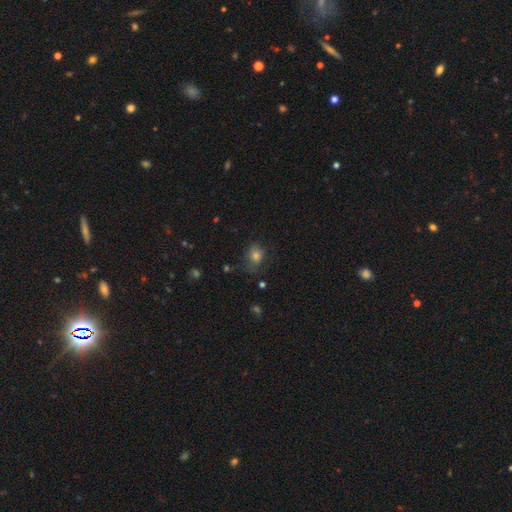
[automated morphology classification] A smooth galaxy with no disk features (72%) that is round (55%). Merging: none (61%).